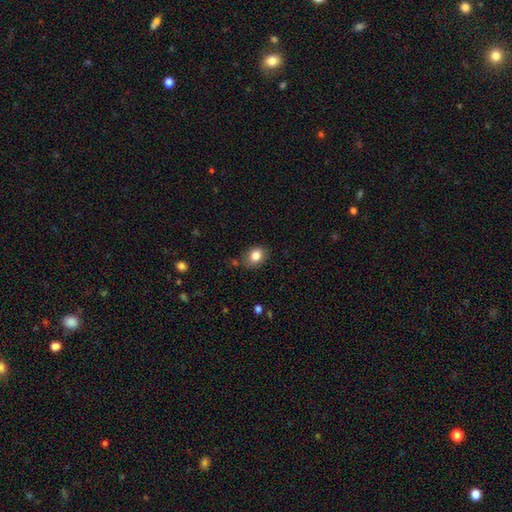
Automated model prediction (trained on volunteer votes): smooth 84%, star or artifact 9%, featured or disk 7%. Down the decision tree: how rounded — in between (58%); merging — none (79%).